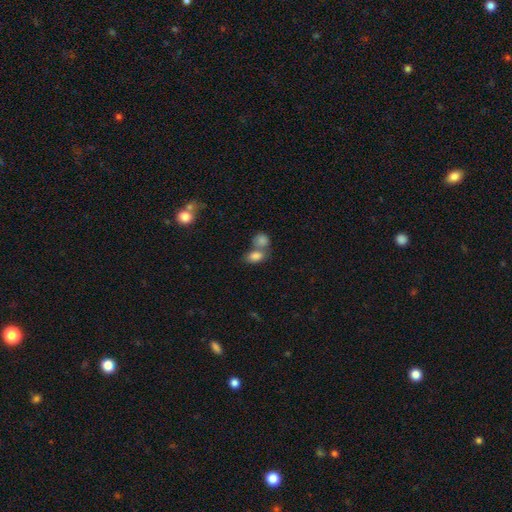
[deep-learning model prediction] Overall: smooth (82%). How rounded: in between (78%). Merging: merger (52%; none 34%).